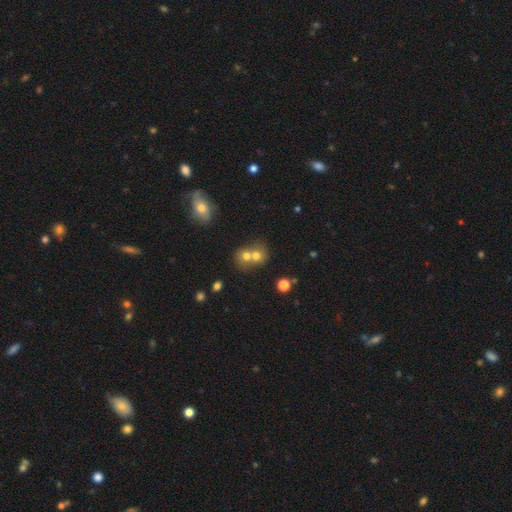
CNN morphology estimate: Smooth or featured: smooth — 68% (featured or disk — 18%)
How rounded: round — 72% (in between — 27%)
Merging: merger — 64% (none — 28%)